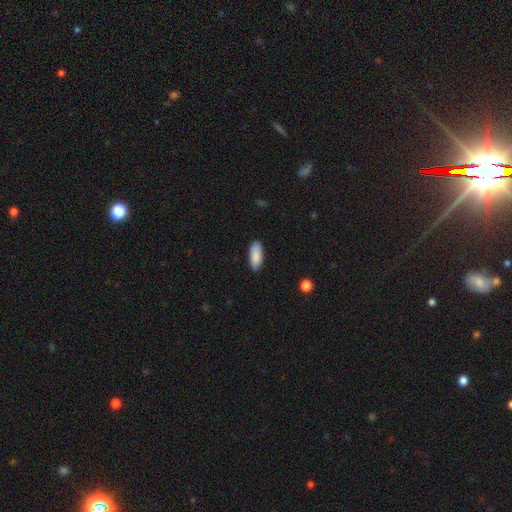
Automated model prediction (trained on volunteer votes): This is clearly a smooth galaxy (88%). How rounded: clearly in between (82%). Merging: clearly none (87%).